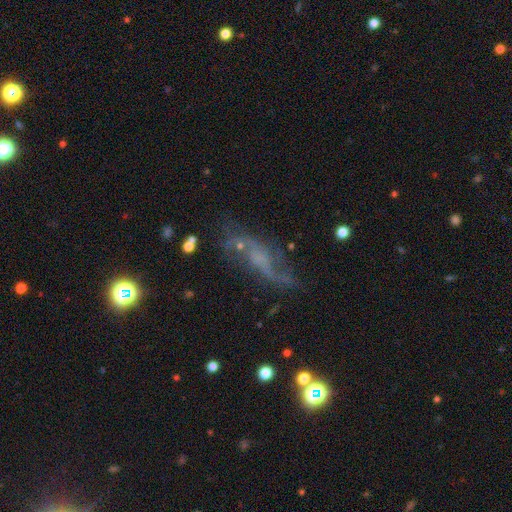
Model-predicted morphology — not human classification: smooth_or_featured: featured or disk (p=0.57) [alt: smooth p=0.22]
disk_edge_on: no (p=0.69) [alt: yes p=0.31]
merging: none (p=0.63) [alt: minor disturbance p=0.19]